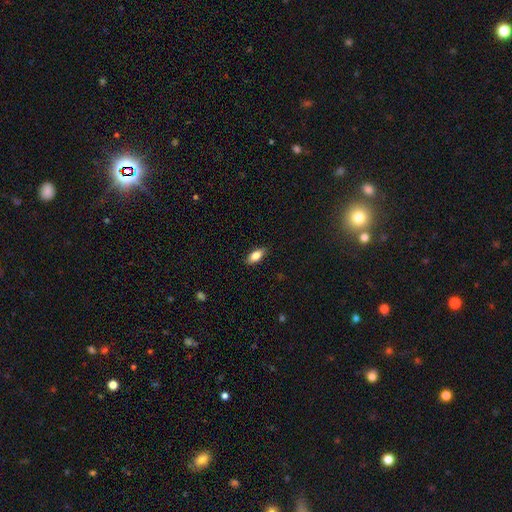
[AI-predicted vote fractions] Overall: smooth (80%). How rounded: in between (84%). Merging: none (87%).